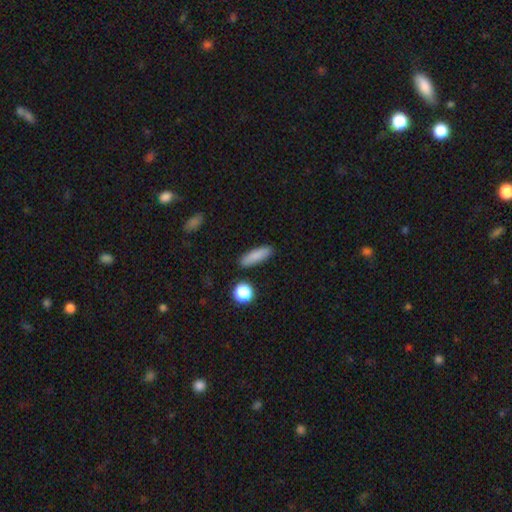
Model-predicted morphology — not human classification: Smooth or featured? Predicted: smooth (p=0.84). How rounded? Predicted: cigar-shaped (p=0.54). Merging? Predicted: none (p=0.87).